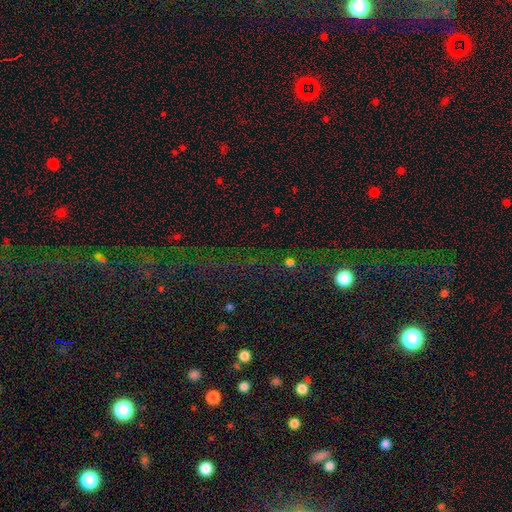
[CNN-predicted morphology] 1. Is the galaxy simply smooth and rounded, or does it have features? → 75% star or artifact, 15% smooth, 10% featured or disk.